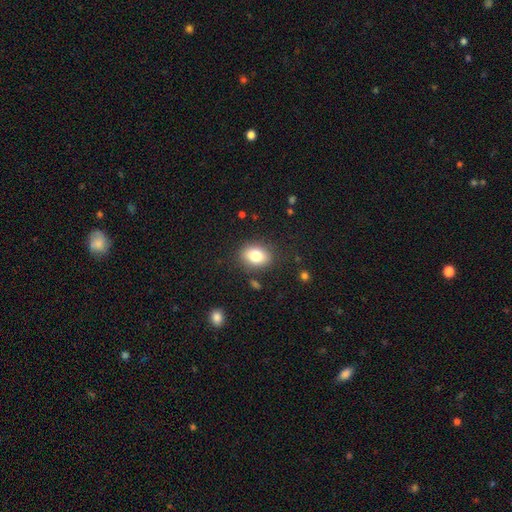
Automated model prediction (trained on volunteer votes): A smooth galaxy with no disk features (80%) that is in between round and cigar-shaped (67%).

Vote fractions:
- Smooth or featured? smooth: 80% / featured or disk: 11% / star or artifact: 9%
- How rounded? in between: 67% / round: 32% / cigar-shaped: 1%
- Merging? none: 84% / minor disturbance: 11% / major disturbance: 4% / merger: 2%